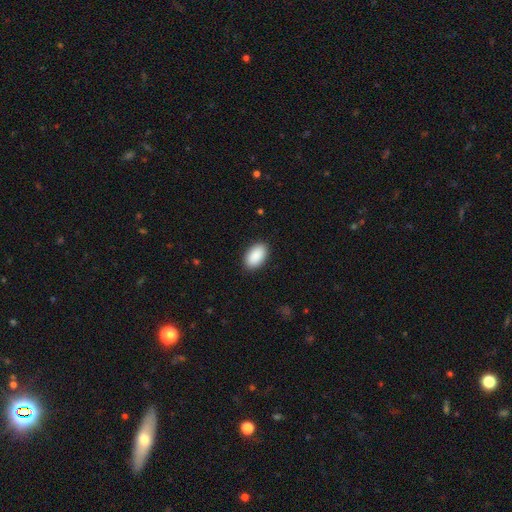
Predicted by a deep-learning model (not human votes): Morphology: type=smooth (91%); roundness=in between (94%); merging=none (90%).